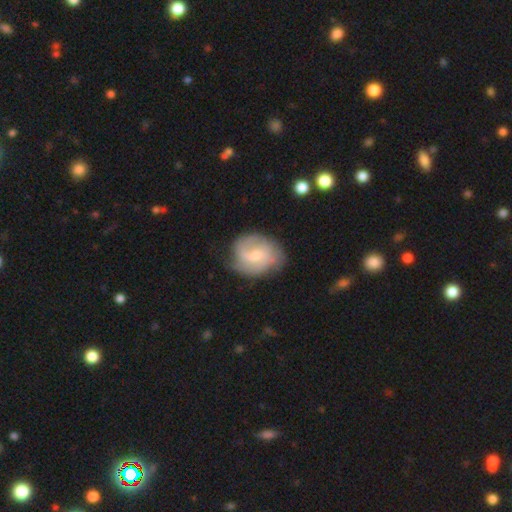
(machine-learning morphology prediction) Smooth or featured? featured or disk (67%)
Edge-on disk? no (98%)
Bar? weak (48%)
Spiral arms? yes (90%)
Spiral winding? medium (44%)
Spiral arm count? 2 (42%)
Bulge size? small (57%)
Merging? none (66%)